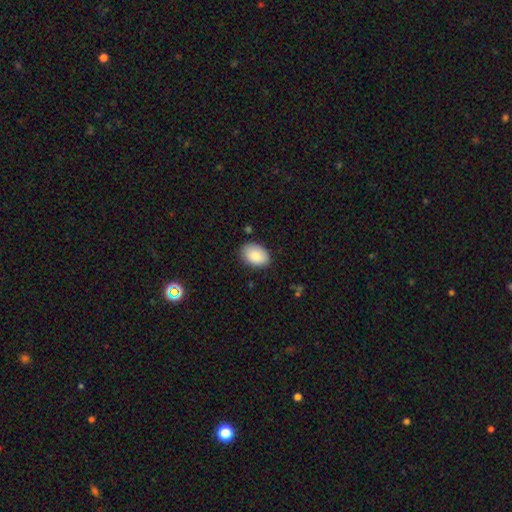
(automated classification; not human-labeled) smooth_or_featured: smooth (p=0.86) [alt: featured or disk p=0.08]
how_rounded: in between (p=0.84) [alt: round p=0.15]
merging: none (p=0.83) [alt: minor disturbance p=0.13]